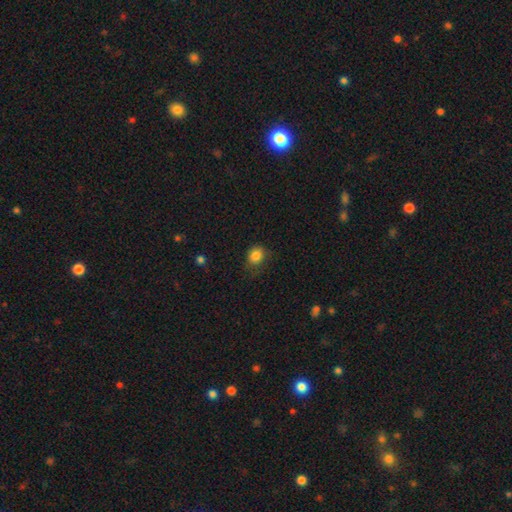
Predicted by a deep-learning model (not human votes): Morphology: type=smooth (84%); roundness=round (61%); merging=none (62%).